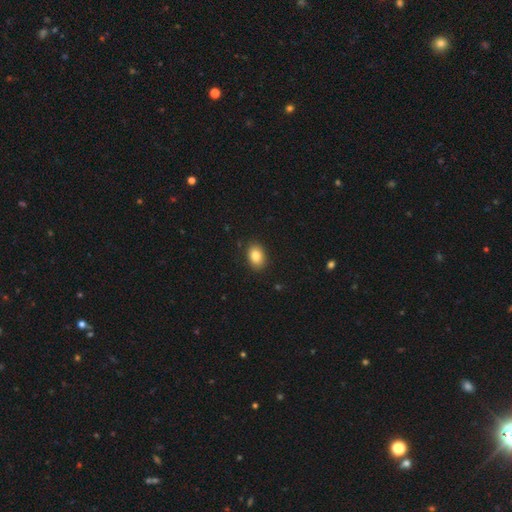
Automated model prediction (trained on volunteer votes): This is clearly a smooth galaxy (84%). How rounded: likely in between (77%). Merging: clearly none (89%).